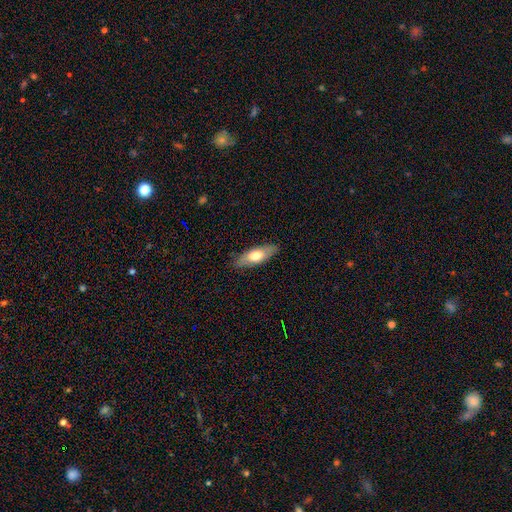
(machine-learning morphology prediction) Overall: smooth (65%; featured or disk 29%). How rounded: in between (66%; cigar-shaped 31%). Merging: none (85%).